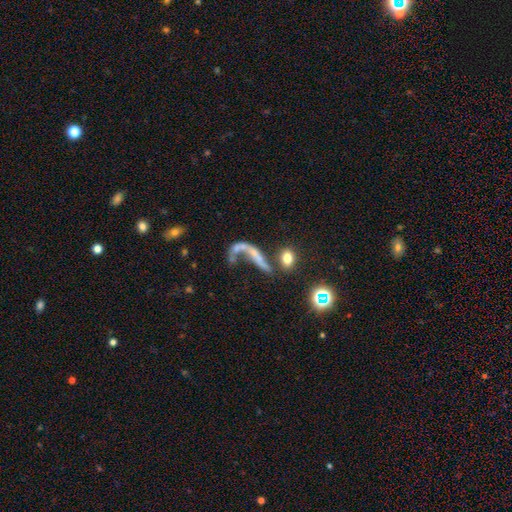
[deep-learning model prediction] The model was most divided on "merging": none: 37%, merger: 33%, major disturbance: 18%, minor disturbance: 12%. Remaining: smooth or featured — featured or disk (41%).